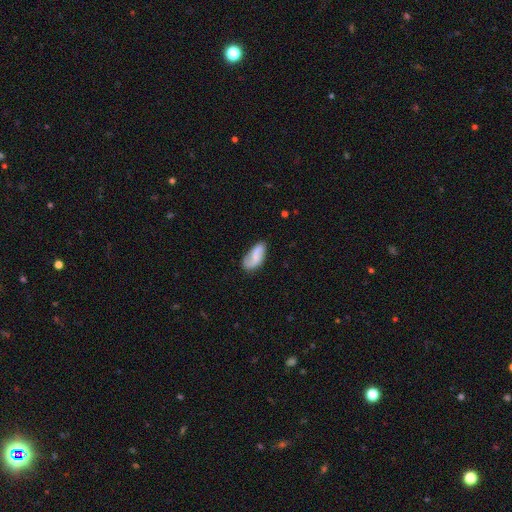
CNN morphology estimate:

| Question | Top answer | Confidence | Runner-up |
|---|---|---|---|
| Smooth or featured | smooth | 48% | featured or disk (45%) |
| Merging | none | 65% | minor disturbance (24%) |